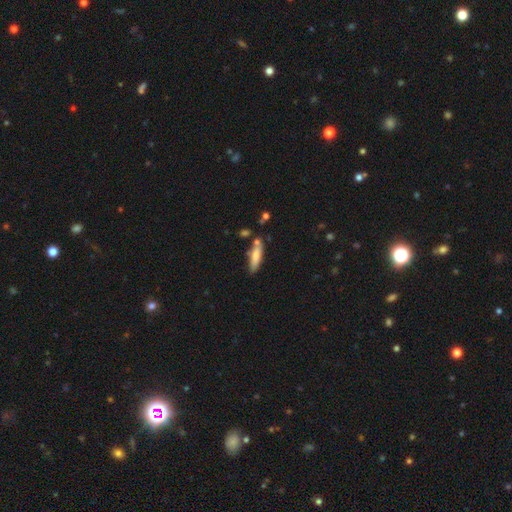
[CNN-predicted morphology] Smooth or featured?
  - smooth: 73% *
  - featured or disk: 20%
  - star or artifact: 7%
How rounded?
  - cigar-shaped: 64% *
  - in between: 34%
  - round: 2%
Merging?
  - none: 68% *
  - minor disturbance: 17%
  - merger: 11%
  - major disturbance: 4%